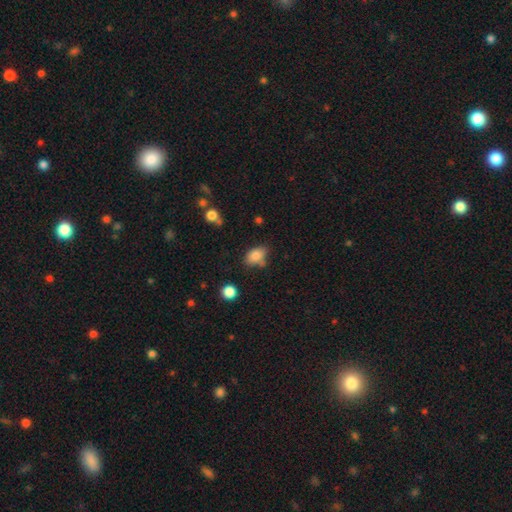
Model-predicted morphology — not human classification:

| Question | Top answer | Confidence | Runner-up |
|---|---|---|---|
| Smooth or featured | smooth | 82% | star or artifact (10%) |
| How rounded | in between | 83% | round (15%) |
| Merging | none | 65% | minor disturbance (21%) |